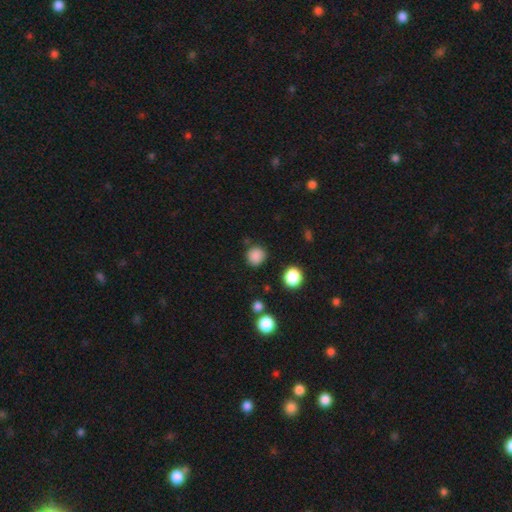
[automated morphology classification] Smooth or featured? Predicted: smooth (p=0.84). How rounded? Predicted: round (p=0.90). Merging? Predicted: none (p=0.83).